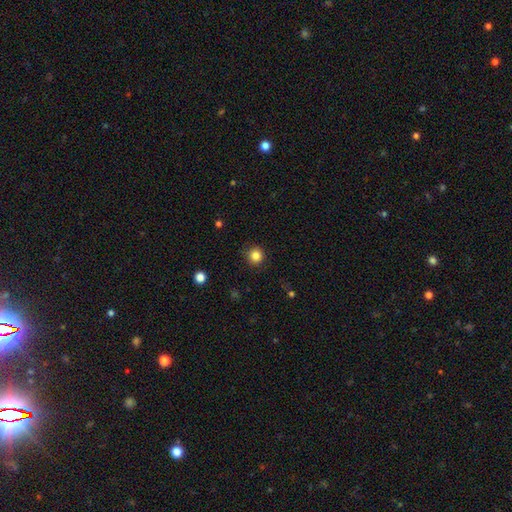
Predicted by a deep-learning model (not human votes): smooth-or-featured: smooth: 84% | star or artifact: 11% | featured or disk: 5%
  how-rounded: round: 94% | in between: 6% | cigar-shaped: 1%
  merging: none: 89% | minor disturbance: 8% | major disturbance: 2% | merger: 1%